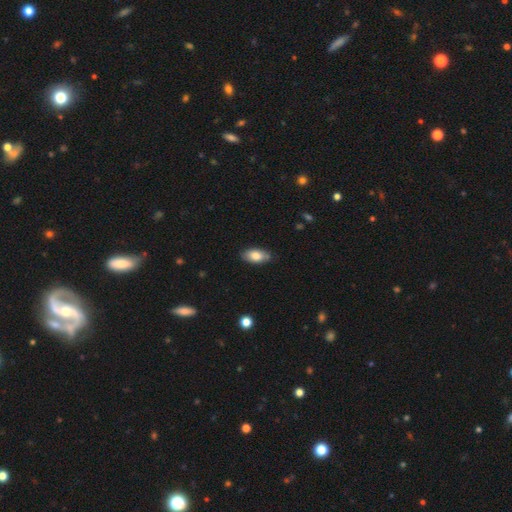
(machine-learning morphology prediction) smooth-or-featured: smooth: 81% | featured or disk: 13% | star or artifact: 6%
  how-rounded: in between: 92% | cigar-shaped: 5% | round: 3%
  merging: none: 83% | minor disturbance: 14% | major disturbance: 2% | merger: 1%